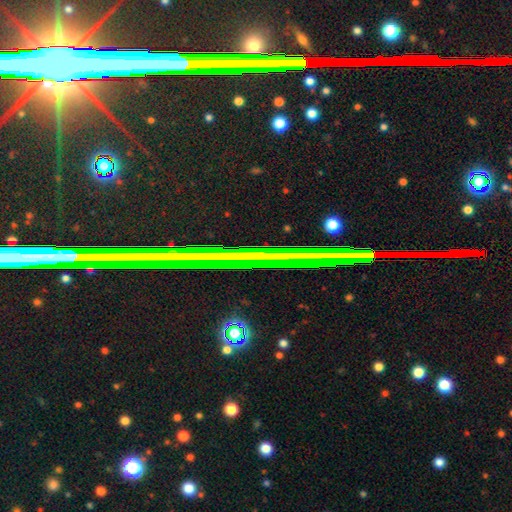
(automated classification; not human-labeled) Smooth or featured: star or artifact — 81% (featured or disk — 11%)